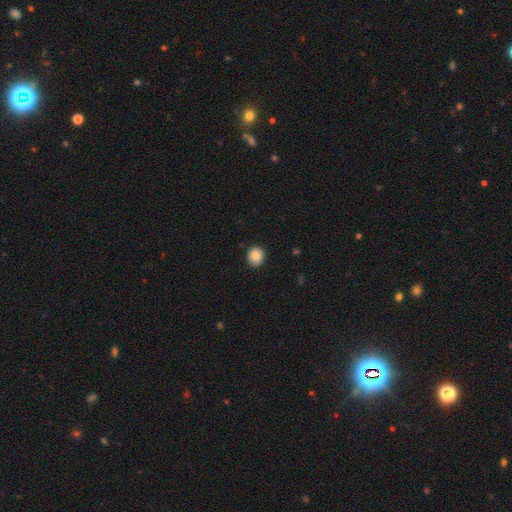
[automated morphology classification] Overall: smooth (86%). How rounded: round (74%). Merging: none (89%).